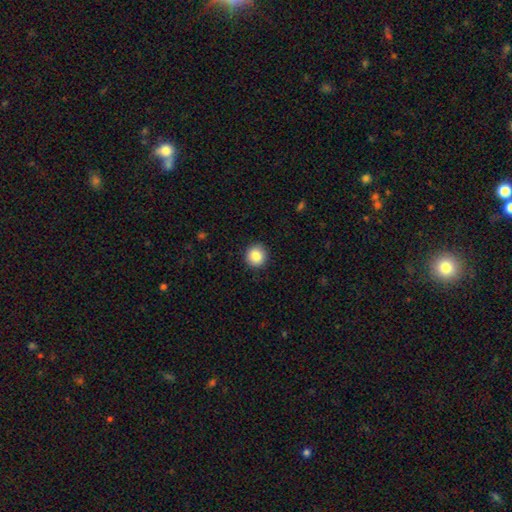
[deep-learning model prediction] The model was most divided on "smooth or featured": smooth: 86%, star or artifact: 9%, featured or disk: 5%. More confident: how rounded — round (94%); merging — none (92%).